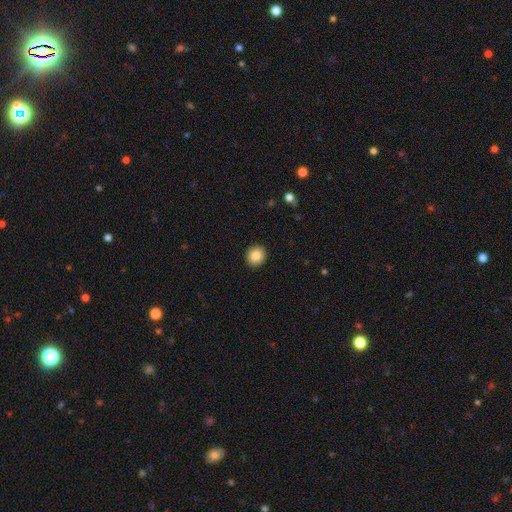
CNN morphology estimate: Smooth or featured?
  - smooth: 85% *
  - star or artifact: 9%
  - featured or disk: 6%
How rounded?
  - round: 89% *
  - in between: 10%
  - cigar-shaped: 1%
Merging?
  - none: 92% *
  - minor disturbance: 5%
  - major disturbance: 2%
  - merger: 1%